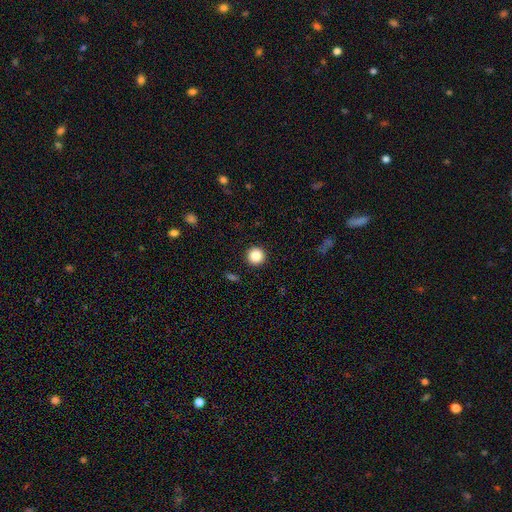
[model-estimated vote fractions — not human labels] Q: Smooth or featured?
A: smooth (86%); runner-up: star or artifact (10%)
Q: How rounded?
A: round (96%); runner-up: in between (3%)
Q: Merging?
A: none (93%); runner-up: minor disturbance (4%)